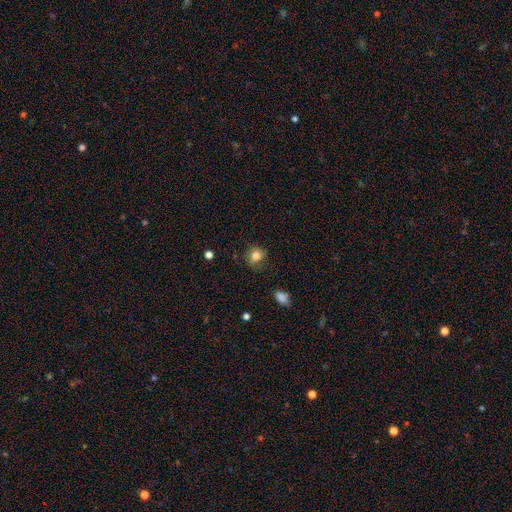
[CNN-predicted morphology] A smooth galaxy with no disk features (82%) that is round (71%). Merging: none (73%).